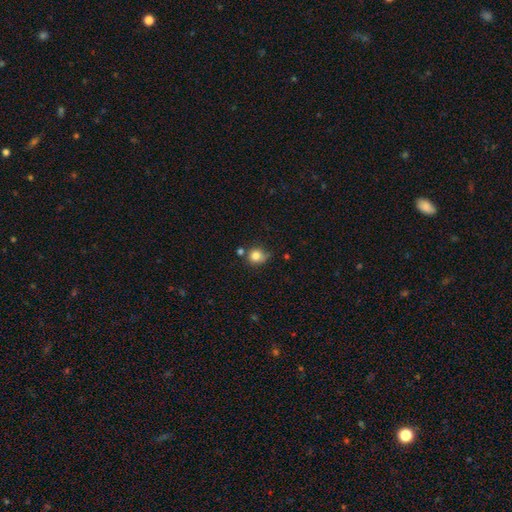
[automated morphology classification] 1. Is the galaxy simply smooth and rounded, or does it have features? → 81% smooth, 11% star or artifact, 7% featured or disk.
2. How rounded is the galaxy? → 84% round, 15% in between, 1% cigar-shaped.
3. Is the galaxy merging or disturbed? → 58% none, 24% minor disturbance, 10% merger, 7% major disturbance.